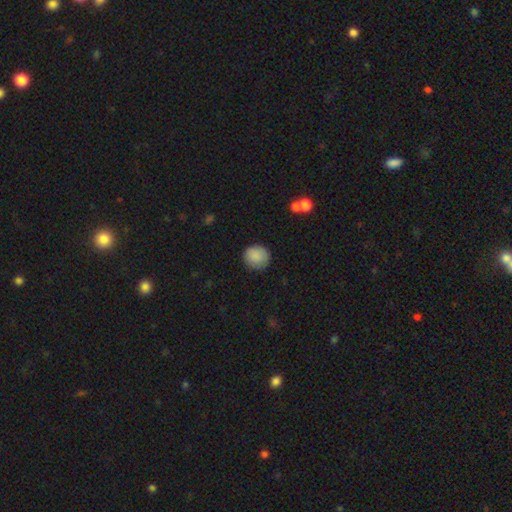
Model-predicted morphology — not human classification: smooth 88%, star or artifact 7%, featured or disk 5%. Down the decision tree: how rounded — round (88%); merging — none (85%).